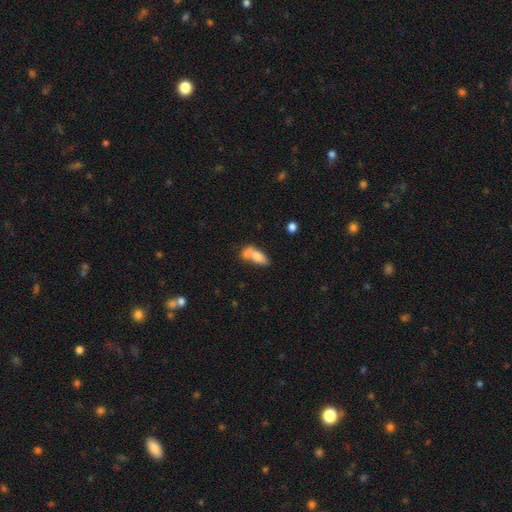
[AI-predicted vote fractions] Q: Smooth or featured?
A: smooth (74%); runner-up: featured or disk (18%)
Q: How rounded?
A: in between (78%); runner-up: cigar-shaped (17%)
Q: Merging?
A: merger (49%); runner-up: none (29%)